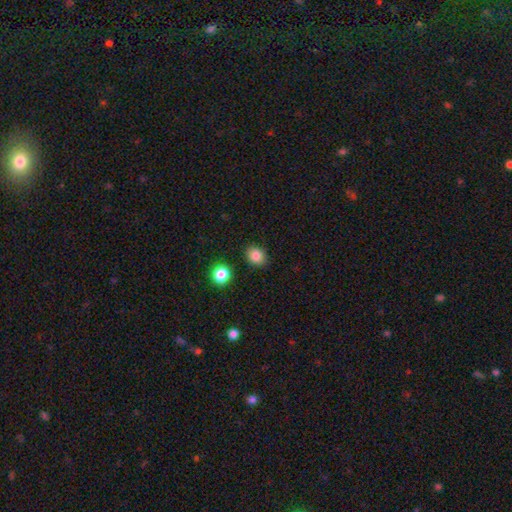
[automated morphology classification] smooth-or-featured: smooth: 84% | star or artifact: 11% | featured or disk: 5%
  how-rounded: round: 60% | in between: 40% | cigar-shaped: 1%
  merging: none: 86% | minor disturbance: 9% | merger: 3% | major disturbance: 2%